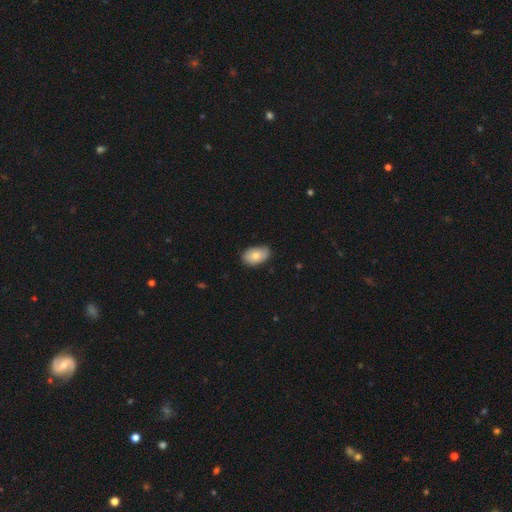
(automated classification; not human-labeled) smooth 76%, featured or disk 17%, star or artifact 7%. Down the decision tree: how rounded — in between (91%); merging — none (81%).